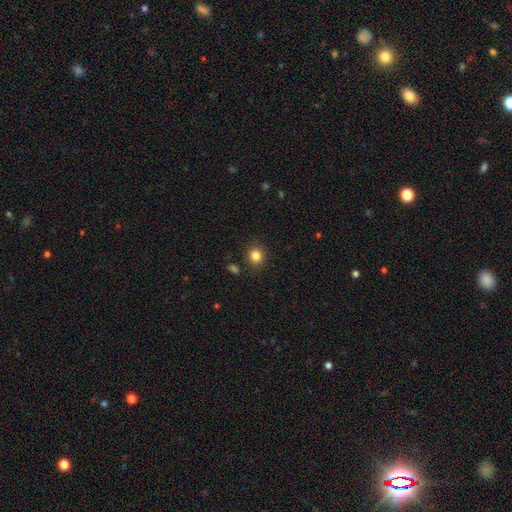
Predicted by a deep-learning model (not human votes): Smooth or featured: smooth — 84% (star or artifact — 12%)
How rounded: round — 82% (in between — 17%)
Merging: none — 87% (minor disturbance — 8%)